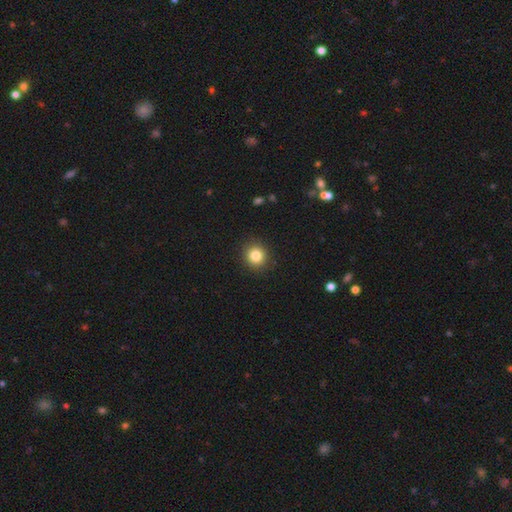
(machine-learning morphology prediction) This appears to be a smooth galaxy with no disk features (83%) that is round (91%). Merging: none (91%).